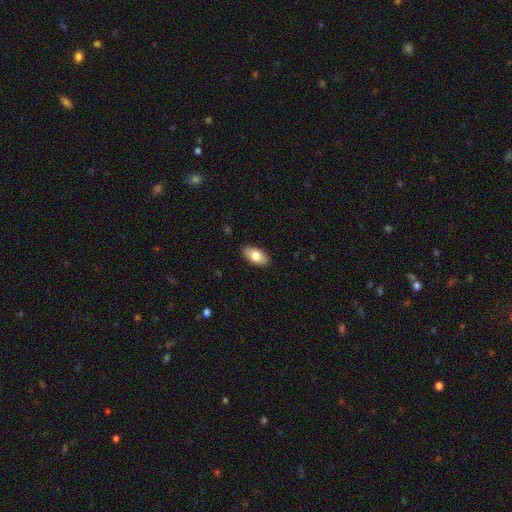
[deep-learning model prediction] This appears to be a smooth galaxy with no disk features (80%) that is in between round and cigar-shaped (93%). Merging: none (88%).